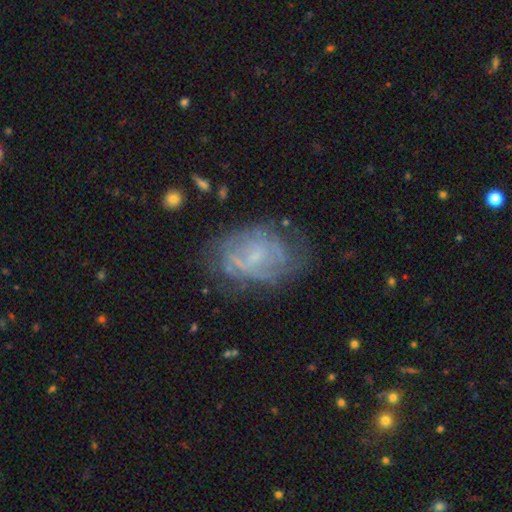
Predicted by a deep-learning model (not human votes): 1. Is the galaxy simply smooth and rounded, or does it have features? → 68% featured or disk, 23% smooth, 9% star or artifact.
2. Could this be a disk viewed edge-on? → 97% no, 3% yes.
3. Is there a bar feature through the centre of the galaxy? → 54% no, 39% weak, 7% strong.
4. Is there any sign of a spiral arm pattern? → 67% yes, 33% no.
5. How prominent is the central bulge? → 60% small, 21% none, 16% moderate, 2% large, 1% dominant.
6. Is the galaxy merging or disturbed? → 55% none, 24% minor disturbance, 17% major disturbance, 3% merger.